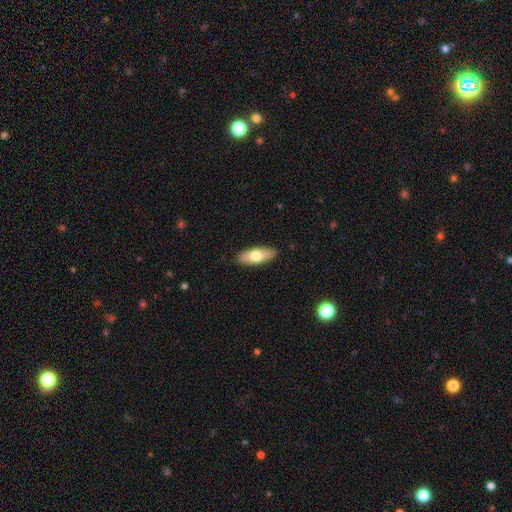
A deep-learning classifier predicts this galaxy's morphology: Overall: smooth (71%). How rounded: in between (75%). Merging: none (89%).